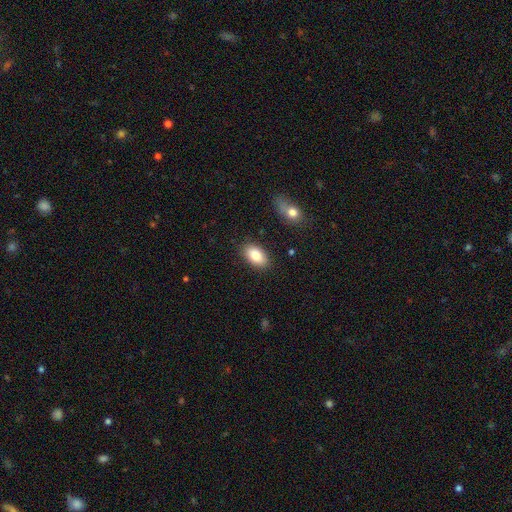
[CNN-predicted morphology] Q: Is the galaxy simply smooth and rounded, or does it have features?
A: smooth — 84%.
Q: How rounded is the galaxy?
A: in between — 93%.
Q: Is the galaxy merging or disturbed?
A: none — 86%.